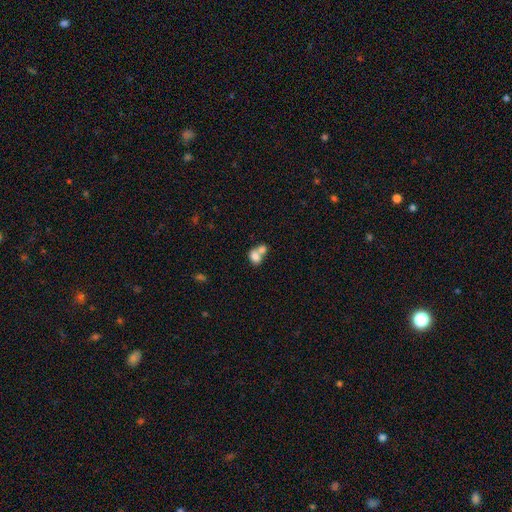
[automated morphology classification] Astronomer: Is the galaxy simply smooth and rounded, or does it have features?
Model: smooth — 76%.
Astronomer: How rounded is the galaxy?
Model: in between — 59% (runner-up: round, 40%).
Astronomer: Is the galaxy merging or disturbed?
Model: merger — 67%.